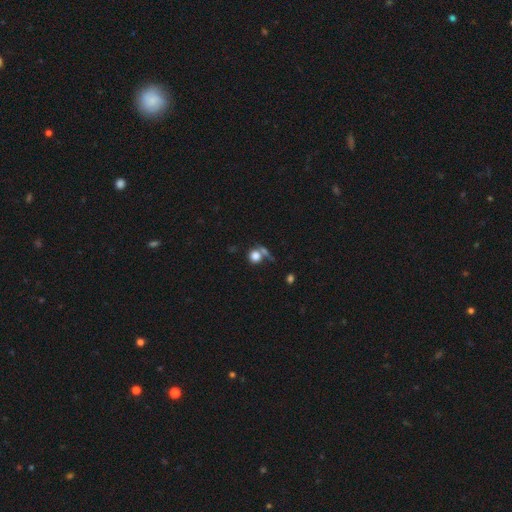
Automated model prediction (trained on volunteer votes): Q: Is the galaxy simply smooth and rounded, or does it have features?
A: smooth — 77%.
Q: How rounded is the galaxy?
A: round — 87%.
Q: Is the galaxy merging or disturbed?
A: none — 54%.